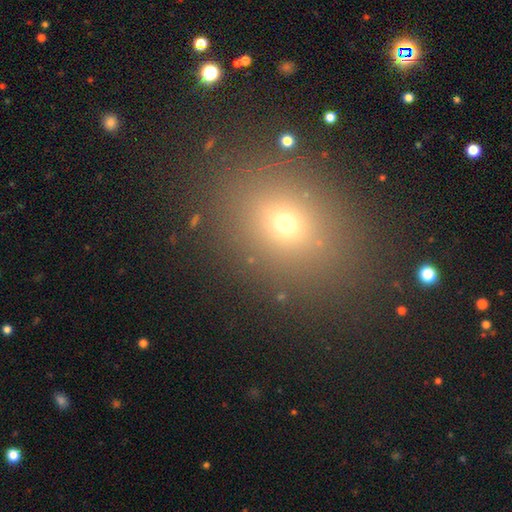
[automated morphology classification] type=smooth (63%); roundness=in between (55%); merging=none (86%).